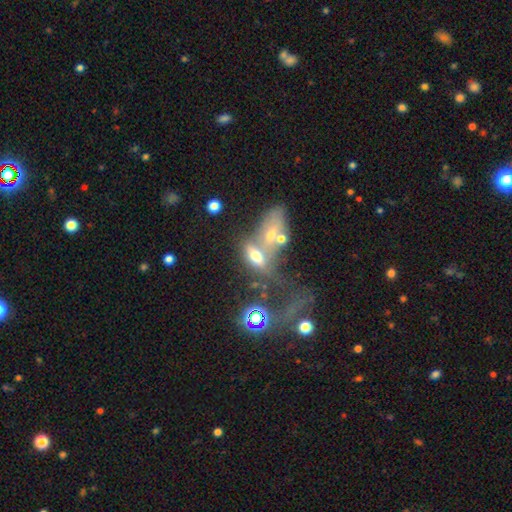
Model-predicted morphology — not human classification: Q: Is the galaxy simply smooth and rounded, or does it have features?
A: smooth — 54%.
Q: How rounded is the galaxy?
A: in between — 76%.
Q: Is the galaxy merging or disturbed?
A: merger — 55%.